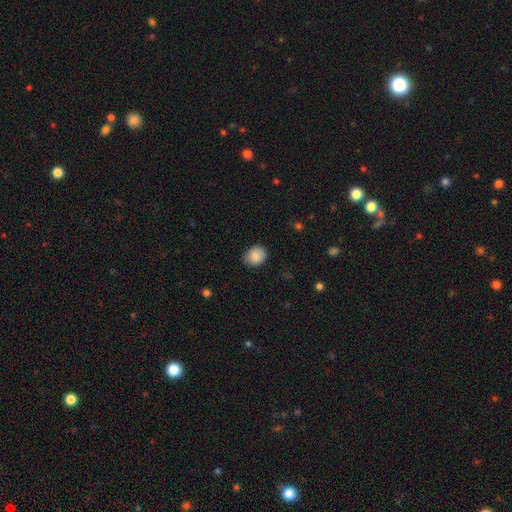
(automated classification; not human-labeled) Q: Smooth or featured?
A: smooth (87%); runner-up: star or artifact (8%)
Q: How rounded?
A: round (56%); runner-up: in between (44%)
Q: Merging?
A: none (77%); runner-up: minor disturbance (19%)